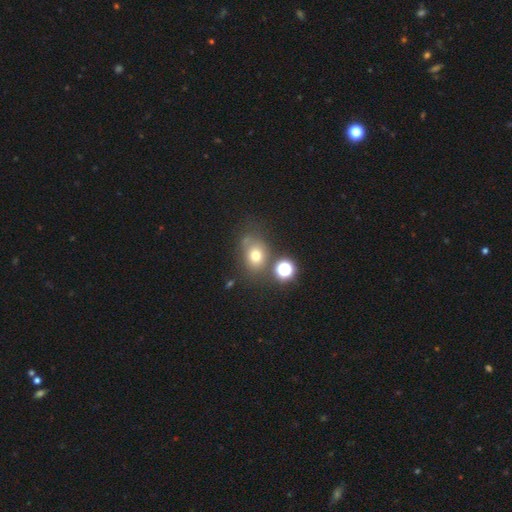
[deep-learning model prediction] A smooth galaxy with no disk features (69%) that is round (52%).

Vote fractions:
- Smooth or featured? smooth: 69% / star or artifact: 18% / featured or disk: 14%
- How rounded? round: 52% / in between: 47% / cigar-shaped: 1%
- Merging? none: 59% / minor disturbance: 18% / merger: 15% / major disturbance: 9%